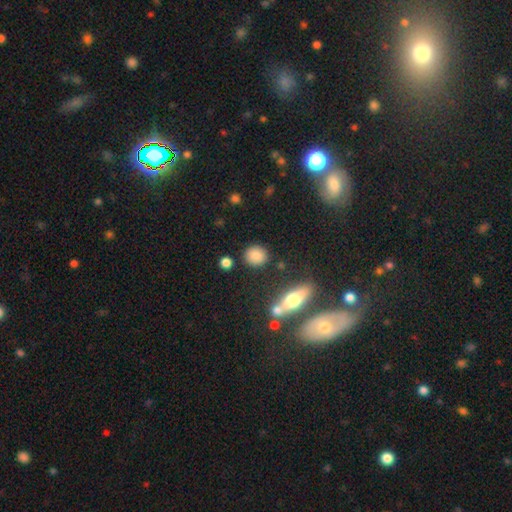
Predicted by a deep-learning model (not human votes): Morphology: type=smooth (85%); roundness=round (77%); merging=none (84%).